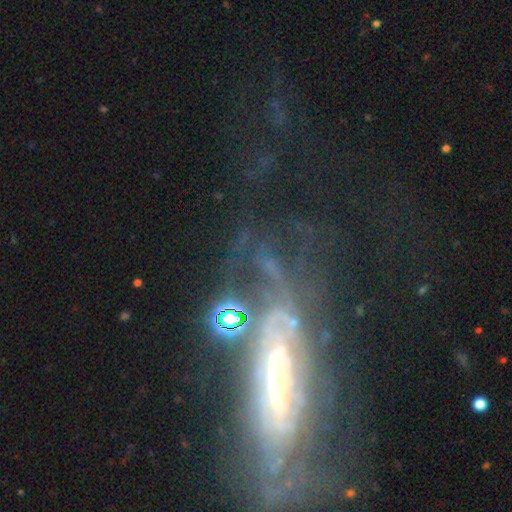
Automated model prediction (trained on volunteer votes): featured or disk 73%, star or artifact 15%, smooth 12%. Down the decision tree: edge-on disk — no (80%); bar — no (45%); spiral arms — yes (83%); bulge size — small (55%); merging — none (55%).